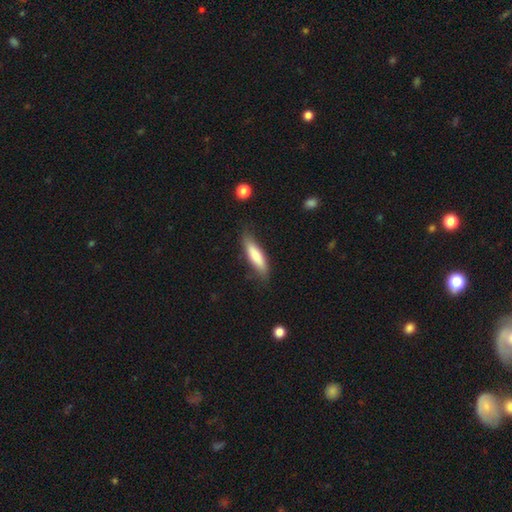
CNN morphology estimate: This is likely a smooth galaxy (77%). How rounded: likely cigar-shaped (66%). Merging: likely none (74%).